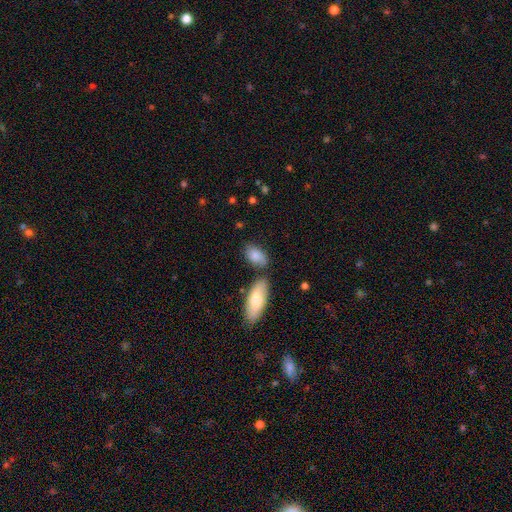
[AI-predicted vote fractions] smooth-or-featured: smooth: 82% | featured or disk: 11% | star or artifact: 7%
  how-rounded: in between: 89% | round: 6% | cigar-shaped: 4%
  merging: none: 62% | minor disturbance: 17% | merger: 16% | major disturbance: 5%